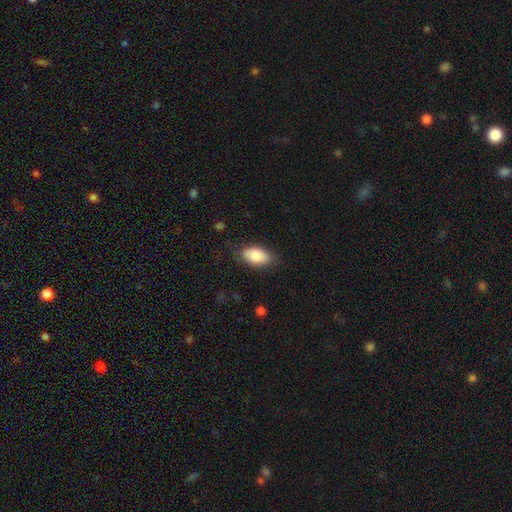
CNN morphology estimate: A smooth galaxy with no disk features (84%) that is in between round and cigar-shaped (93%). Merging: none (80%).